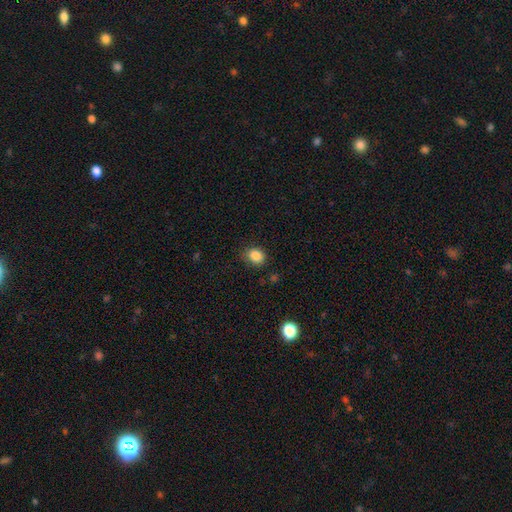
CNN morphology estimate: smooth_or_featured: smooth (p=0.85) [alt: star or artifact p=0.10]
how_rounded: round (p=0.57) [alt: in between p=0.42]
merging: none (p=0.80) [alt: minor disturbance p=0.15]